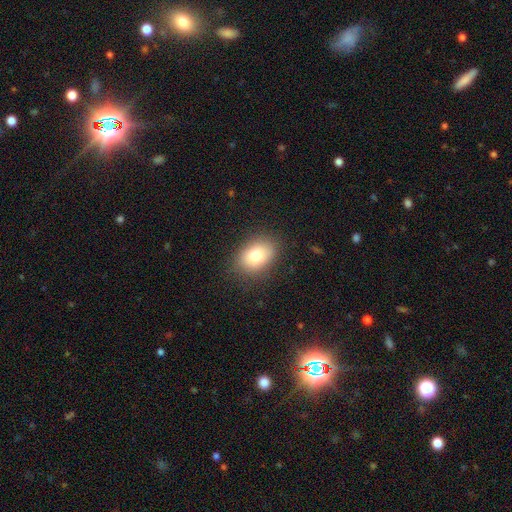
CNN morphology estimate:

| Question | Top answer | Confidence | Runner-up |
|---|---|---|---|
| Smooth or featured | smooth | 81% | featured or disk (10%) |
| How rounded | in between | 76% | round (22%) |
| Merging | none | 85% | minor disturbance (11%) |